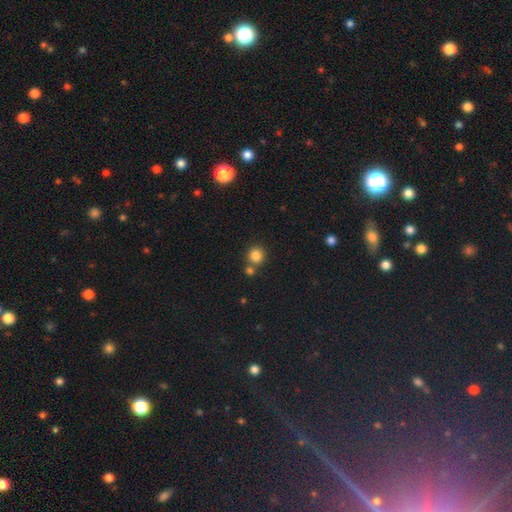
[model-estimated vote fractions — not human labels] A smooth galaxy with no disk features (84%) that is round (90%). Merging: none (68%).